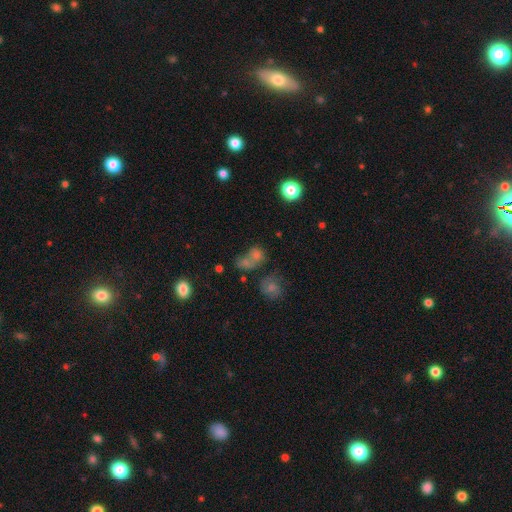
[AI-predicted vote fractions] Smooth or featured? smooth (59%)
How rounded? round (61%)
Merging? merger (46%)